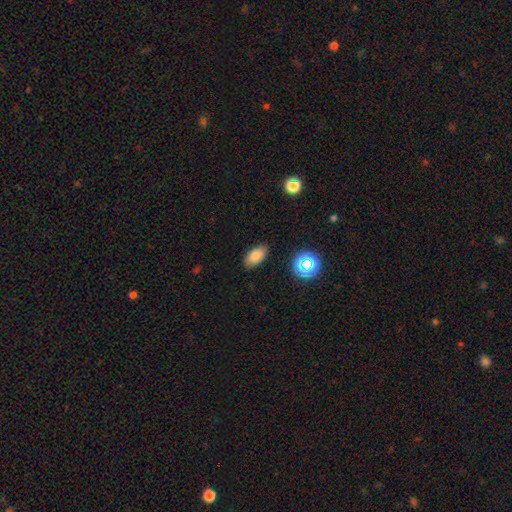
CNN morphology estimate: A smooth galaxy with no disk features (81%) that is in between round and cigar-shaped (92%). Merging: none (86%).